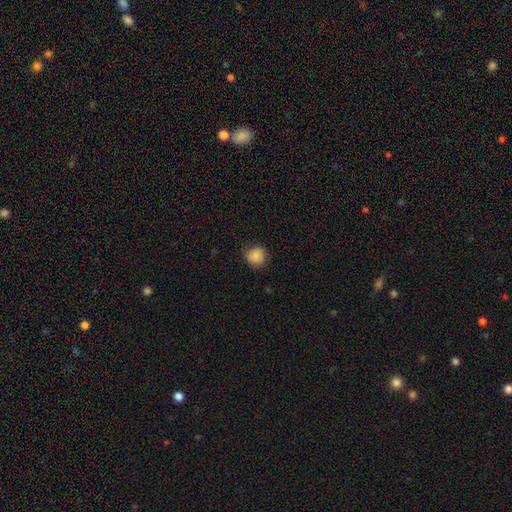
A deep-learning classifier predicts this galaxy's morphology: smooth-or-featured: smooth: 87% | star or artifact: 9% | featured or disk: 4%
  how-rounded: round: 88% | in between: 11% | cigar-shaped: 1%
  merging: none: 85% | minor disturbance: 12% | major disturbance: 3% | merger: 1%